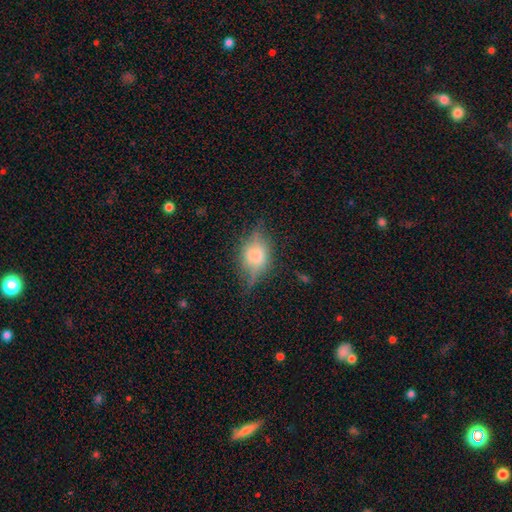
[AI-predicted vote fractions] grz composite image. It shows a featured or disk galaxy (49%). Merging: none (63%).